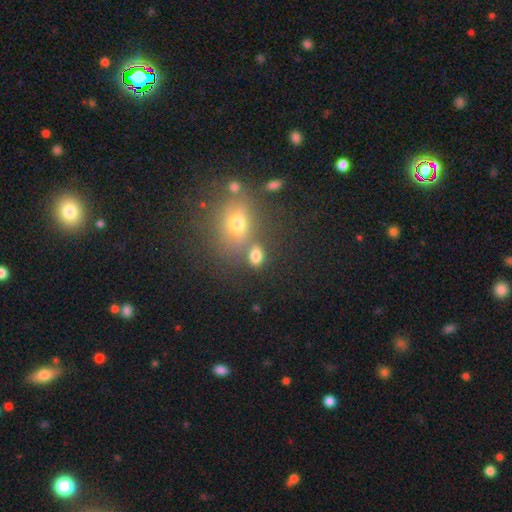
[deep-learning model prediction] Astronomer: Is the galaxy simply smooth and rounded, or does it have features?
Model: smooth — 76%.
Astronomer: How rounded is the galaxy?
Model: in between — 70%.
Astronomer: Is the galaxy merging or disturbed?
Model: none — 64%.